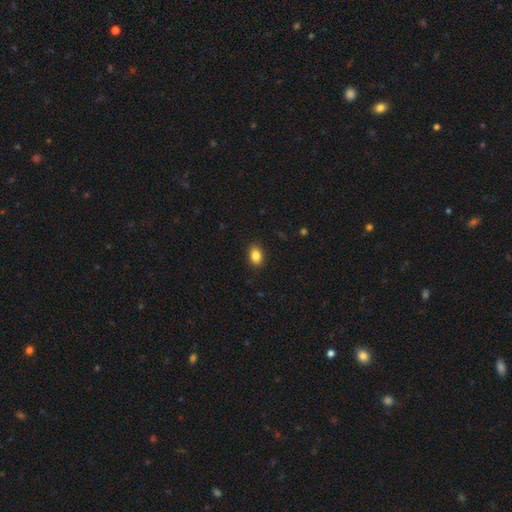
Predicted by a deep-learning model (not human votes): Morphology: type=smooth (86%); roundness=in between (76%); merging=none (89%).